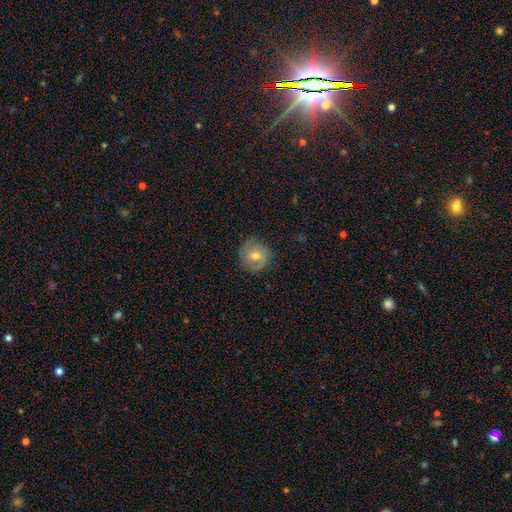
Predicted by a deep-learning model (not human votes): Smooth or featured? featured or disk (58%)
Edge-on disk? no (97%)
Bar? no (58%)
Spiral arms? yes (83%)
Bulge size? moderate (65%)
Merging? none (80%)